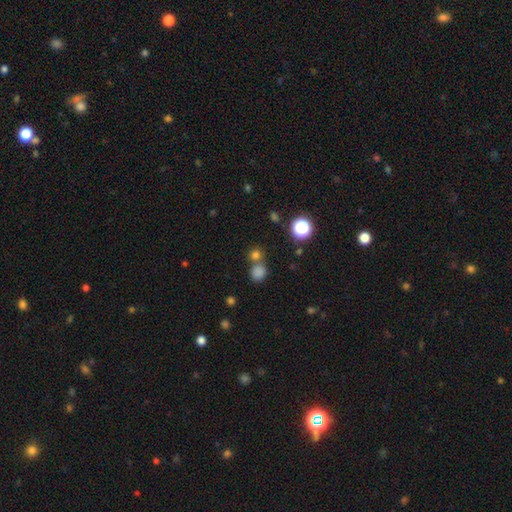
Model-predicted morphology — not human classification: smooth 73%, star or artifact 21%, featured or disk 6%. Down the decision tree: how rounded — round (86%); merging — none (58%).